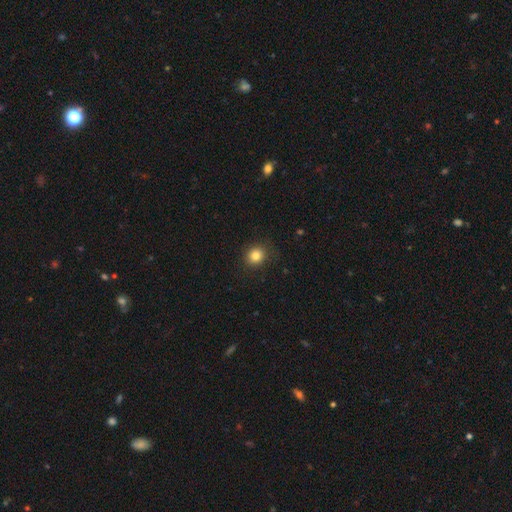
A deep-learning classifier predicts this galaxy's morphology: This appears to be a smooth galaxy with no disk features (83%) that is round (84%). Merging: none (88%).